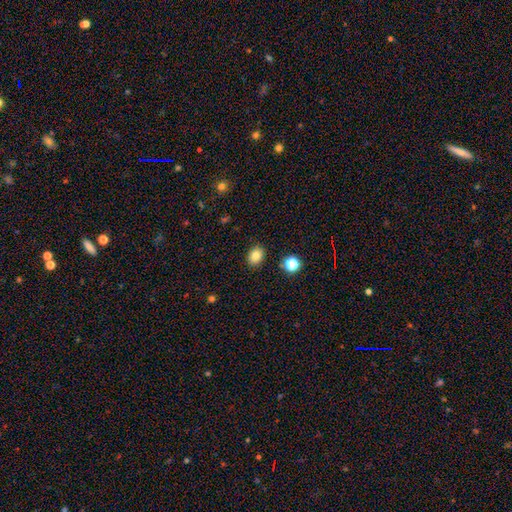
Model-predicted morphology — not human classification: Smooth or featured? Predicted: smooth (p=0.83). How rounded? Predicted: in between (p=0.59). Merging? Predicted: none (p=0.89).